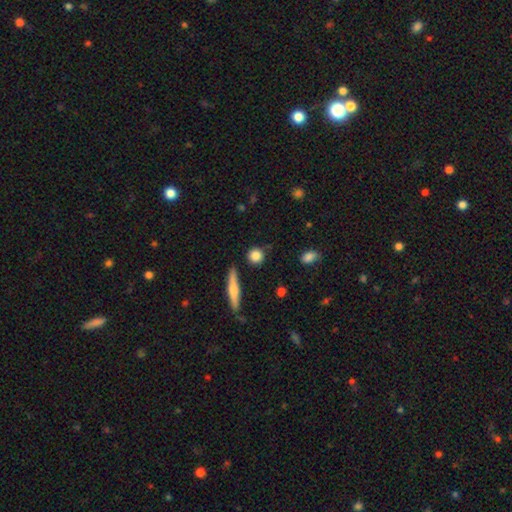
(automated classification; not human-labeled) Overall: smooth (82%). How rounded: round (86%). Merging: none (83%).